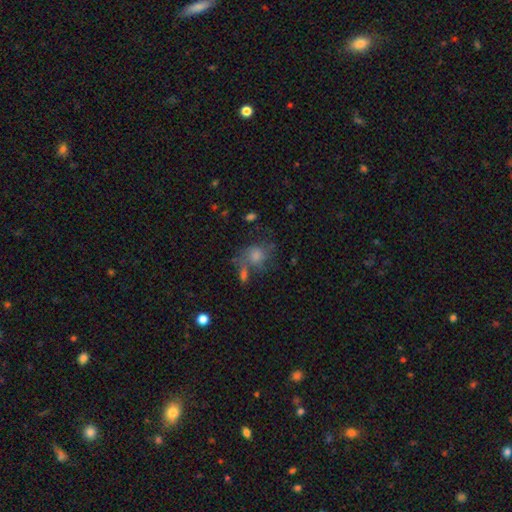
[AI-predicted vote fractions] This is possibly a smooth galaxy (45%). Merging: possibly none (53%).